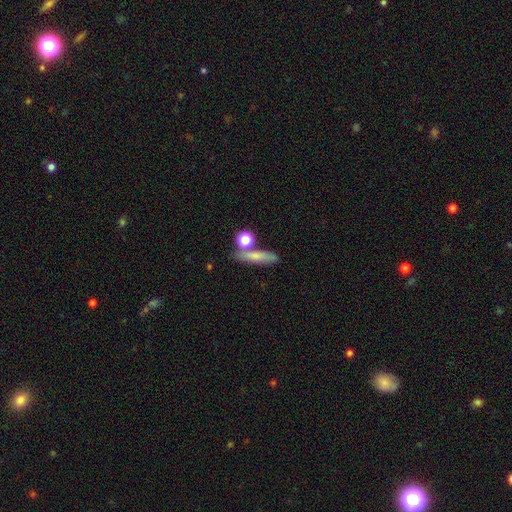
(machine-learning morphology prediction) This appears to be a smooth galaxy with no disk features (71%) that is cigar-shaped (59%). Merging: none (64%).